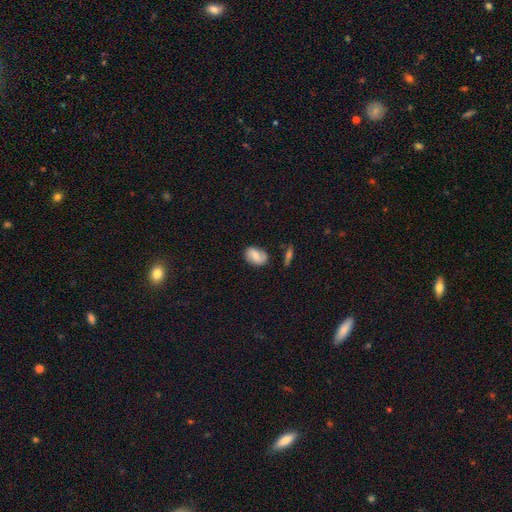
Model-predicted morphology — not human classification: This appears to be a smooth galaxy with no disk features (69%) that is in between round and cigar-shaped (85%). Merging: none (69%).